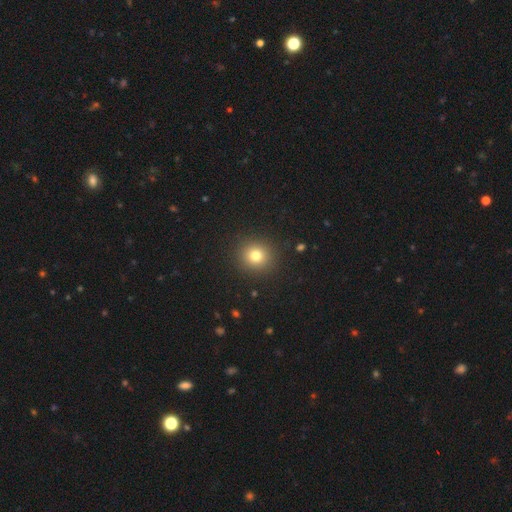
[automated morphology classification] Smooth or featured? smooth (78%)
How rounded? round (90%)
Merging? none (91%)